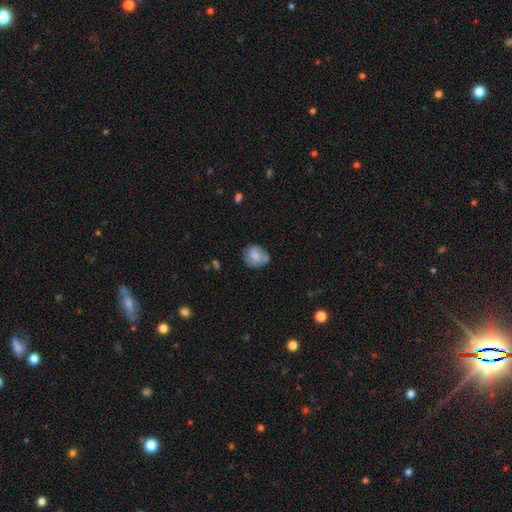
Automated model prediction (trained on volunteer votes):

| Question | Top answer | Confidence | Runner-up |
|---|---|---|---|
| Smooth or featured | smooth | 69% | featured or disk (23%) |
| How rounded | round | 70% | in between (29%) |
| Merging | none | 56% | minor disturbance (27%) |